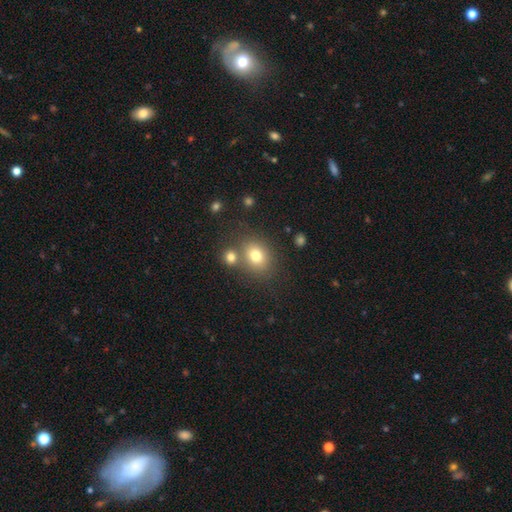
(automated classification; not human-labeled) smooth-or-featured: smooth: 76% | star or artifact: 13% | featured or disk: 11%
  how-rounded: round: 60% | in between: 39% | cigar-shaped: 1%
  merging: none: 63% | merger: 22% | minor disturbance: 10% | major disturbance: 4%